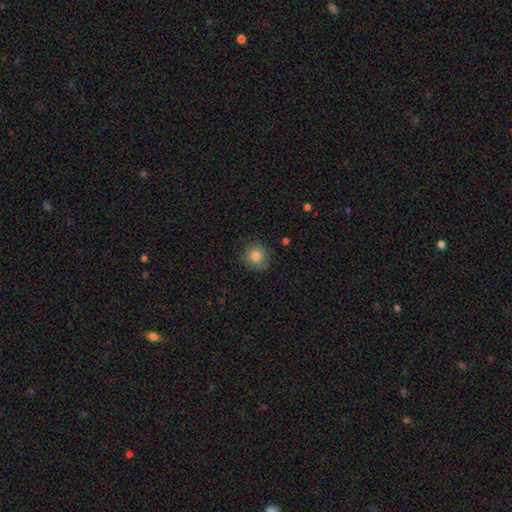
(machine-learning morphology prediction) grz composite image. It shows a smooth galaxy with no disk features (83%) that is round (90%). Merging: none (84%).